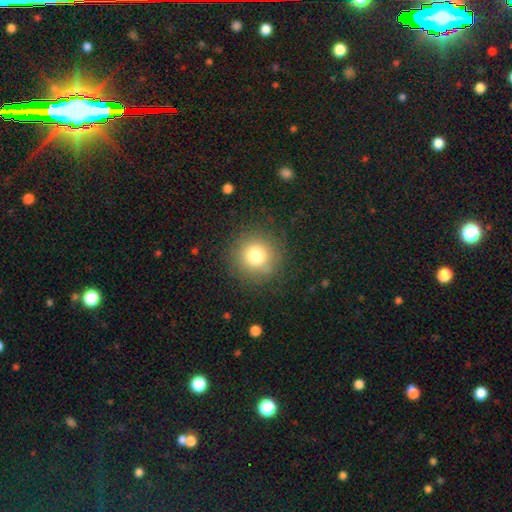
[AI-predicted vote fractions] Smooth or featured?
  - smooth: 78% *
  - star or artifact: 13%
  - featured or disk: 10%
How rounded?
  - round: 94% *
  - in between: 5%
  - cigar-shaped: 1%
Merging?
  - none: 87% *
  - minor disturbance: 8%
  - major disturbance: 4%
  - merger: 1%